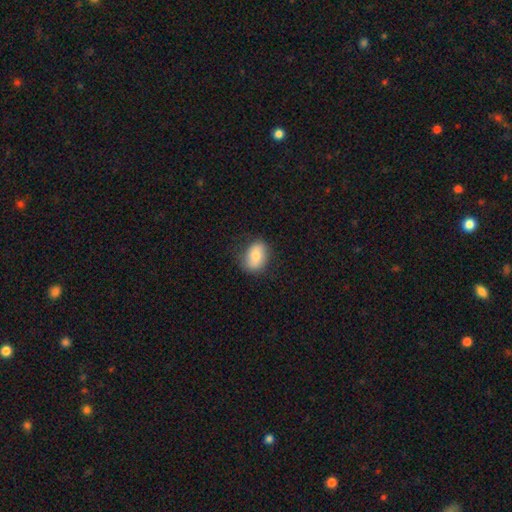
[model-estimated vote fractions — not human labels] A smooth galaxy with no disk features (75%) that is in between round and cigar-shaped (71%).

Vote fractions:
- Smooth or featured? smooth: 75% / featured or disk: 17% / star or artifact: 8%
- How rounded? in between: 71% / round: 27% / cigar-shaped: 1%
- Merging? none: 79% / minor disturbance: 16% / major disturbance: 4% / merger: 1%